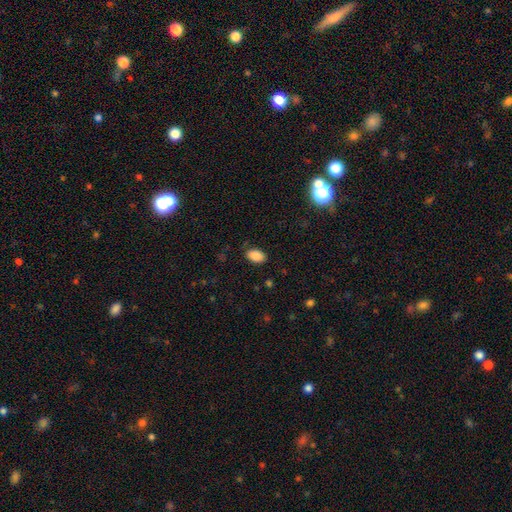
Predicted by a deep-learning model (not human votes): This is clearly a smooth galaxy (88%). How rounded: clearly in between (90%). Merging: clearly none (84%).